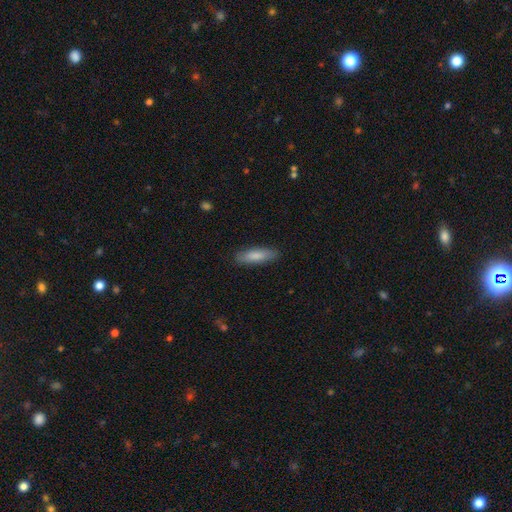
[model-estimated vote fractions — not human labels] Smooth or featured?
  - smooth: 82% *
  - featured or disk: 12%
  - star or artifact: 5%
How rounded?
  - cigar-shaped: 58% *
  - in between: 41%
  - round: 2%
Merging?
  - none: 87% *
  - minor disturbance: 10%
  - major disturbance: 2%
  - merger: 1%